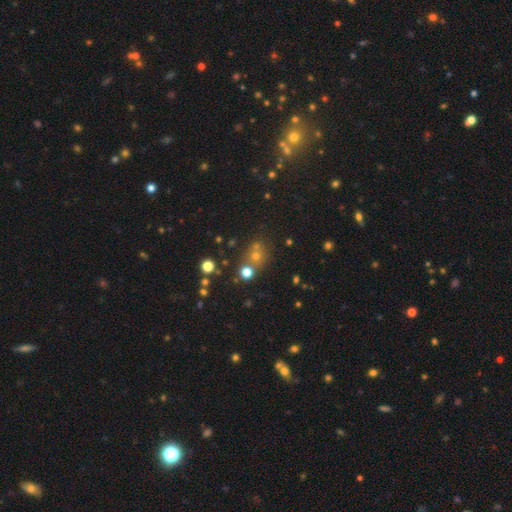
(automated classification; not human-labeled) This appears to be a smooth galaxy with no disk features (56%) that is round (84%). Merging: none (59%).